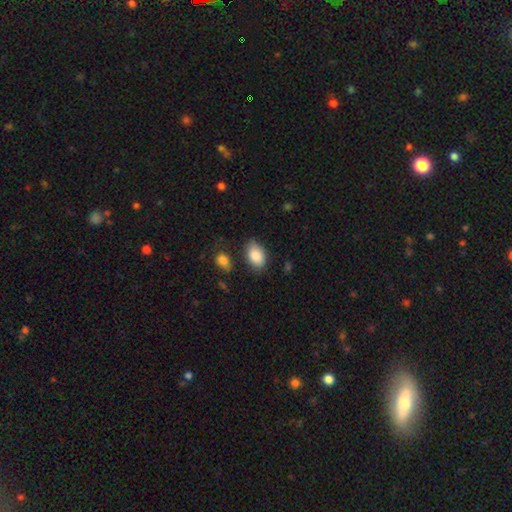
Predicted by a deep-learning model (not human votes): A smooth galaxy with no disk features (87%) that is in between round and cigar-shaped (90%).

Vote fractions:
- Smooth or featured? smooth: 87% / star or artifact: 7% / featured or disk: 6%
- How rounded? in between: 90% / round: 9% / cigar-shaped: 1%
- Merging? none: 75% / minor disturbance: 18% / major disturbance: 4% / merger: 3%